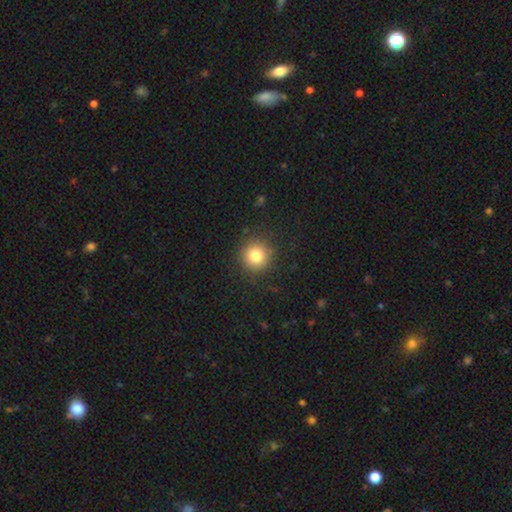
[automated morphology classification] Q: Smooth or featured?
A: smooth (80%); runner-up: star or artifact (12%)
Q: How rounded?
A: round (94%); runner-up: in between (5%)
Q: Merging?
A: none (89%); runner-up: minor disturbance (7%)